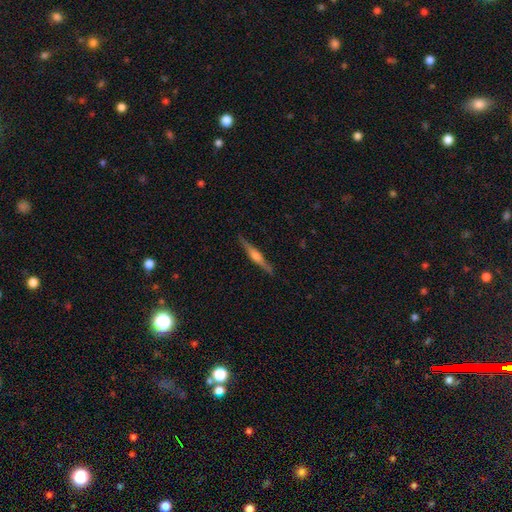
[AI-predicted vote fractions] Smooth or featured: featured or disk — 73% (smooth — 21%)
Edge-on disk: yes — 98% (no — 2%)
Edge-on bulge: rounded — 75% (boxy — 18%)
Merging: none — 90% (minor disturbance — 8%)